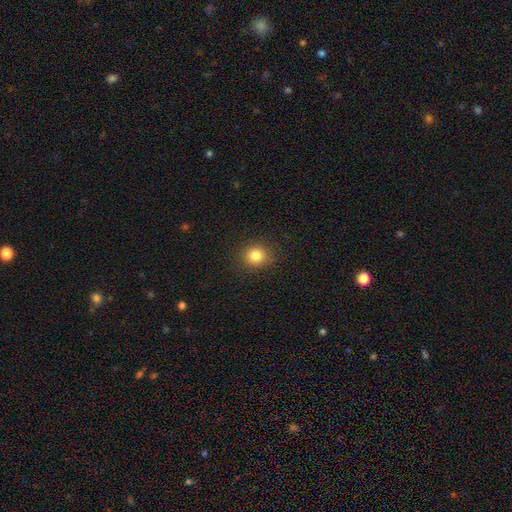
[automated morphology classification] The model was most divided on "how rounded": round: 82%, in between: 17%, cigar-shaped: 1%. More confident: merging — none (88%); smooth or featured — smooth (84%).